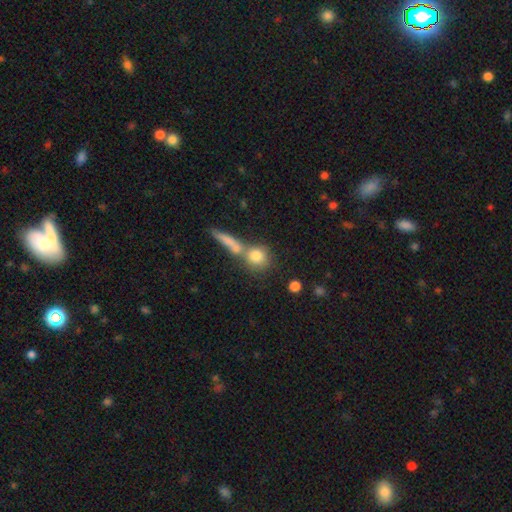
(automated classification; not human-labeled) A smooth galaxy with no disk features (78%) that is round (75%). Merging: none (50%).